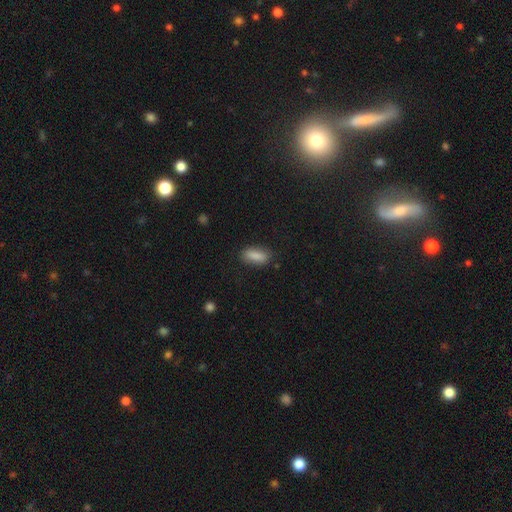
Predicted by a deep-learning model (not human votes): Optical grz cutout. It shows a smooth galaxy with no disk features (87%) that is in between round and cigar-shaped (78%). Merging: none (81%).